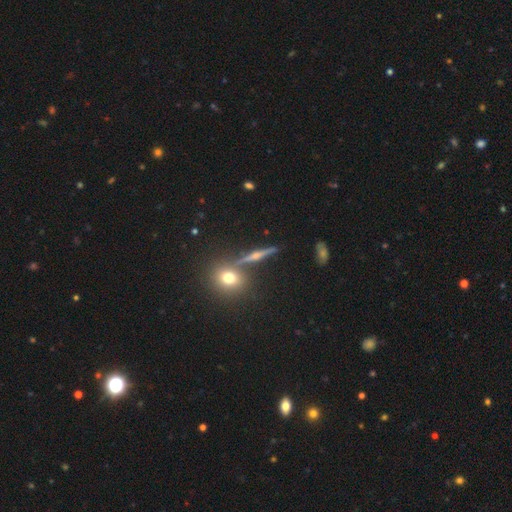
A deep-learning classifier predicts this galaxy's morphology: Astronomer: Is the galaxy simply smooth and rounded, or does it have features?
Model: featured or disk — 65%.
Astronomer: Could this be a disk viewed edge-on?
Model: yes — 94%.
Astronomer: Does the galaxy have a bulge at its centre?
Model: rounded — 84%.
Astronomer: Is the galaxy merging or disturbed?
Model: none — 83%.